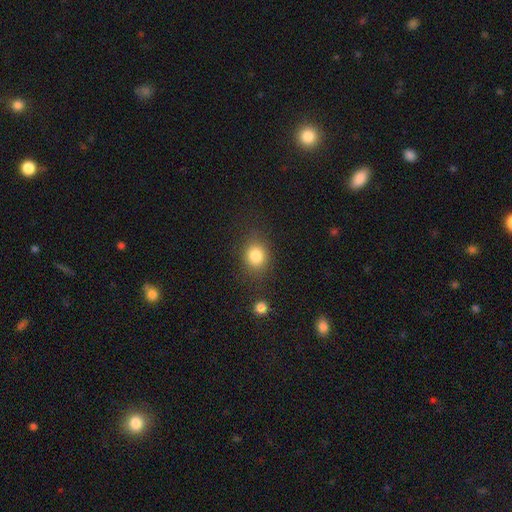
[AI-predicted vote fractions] A smooth galaxy with no disk features (83%) that is round (66%). Merging: none (77%).